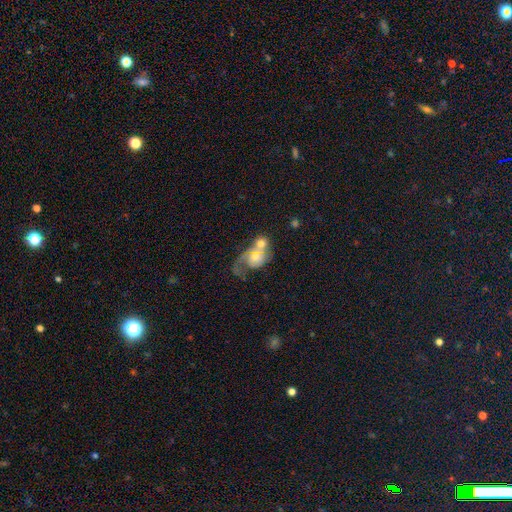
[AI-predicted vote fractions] Smooth or featured: featured or disk — 56% (smooth — 36%)
Edge-on disk: no — 97% (yes — 3%)
Bar: no — 77% (weak — 20%)
Spiral arms: yes — 74% (no — 26%)
Bulge size: moderate — 48% (small — 28%)
Merging: merger — 56% (major disturbance — 19%)